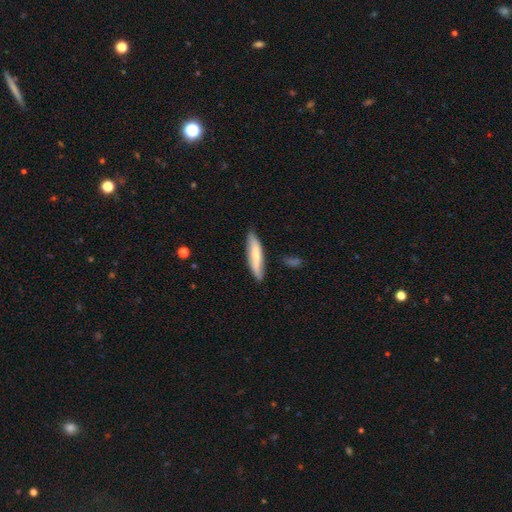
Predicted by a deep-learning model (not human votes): Smooth or featured: smooth — 61% (featured or disk — 33%)
How rounded: cigar-shaped — 76% (in between — 23%)
Merging: none — 80% (minor disturbance — 16%)